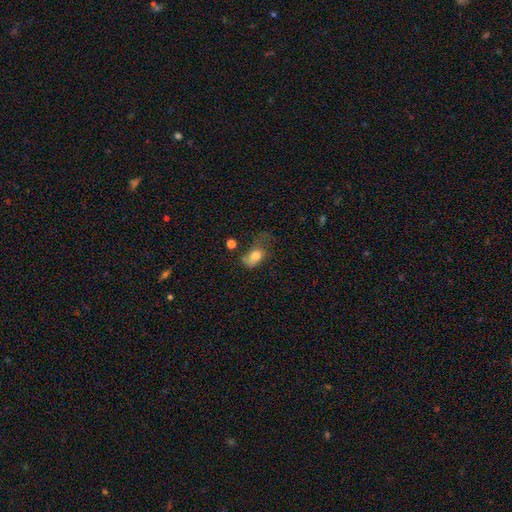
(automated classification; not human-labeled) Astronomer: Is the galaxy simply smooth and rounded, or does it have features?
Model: smooth — 71%.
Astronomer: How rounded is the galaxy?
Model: in between — 77%.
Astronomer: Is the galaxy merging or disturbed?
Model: major disturbance — 44% (runner-up: minor disturbance, 27%).